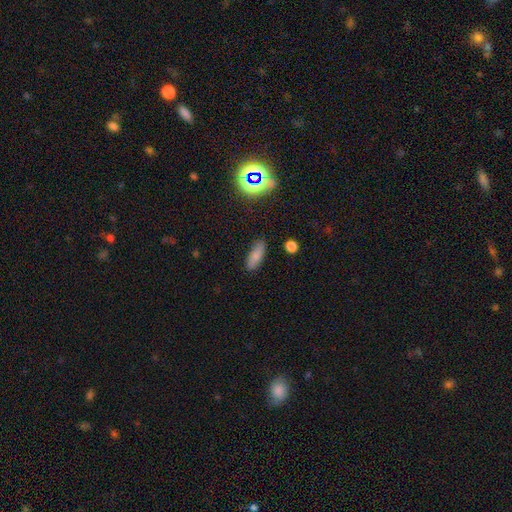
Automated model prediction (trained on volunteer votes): A smooth galaxy with no disk features (79%) that is in between round and cigar-shaped (66%). Merging: none (82%).